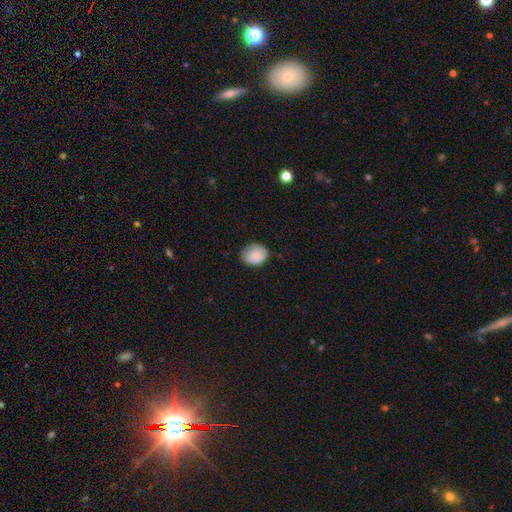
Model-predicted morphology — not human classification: A smooth galaxy with no disk features (86%) that is in between round and cigar-shaped (50%). Merging: none (67%).